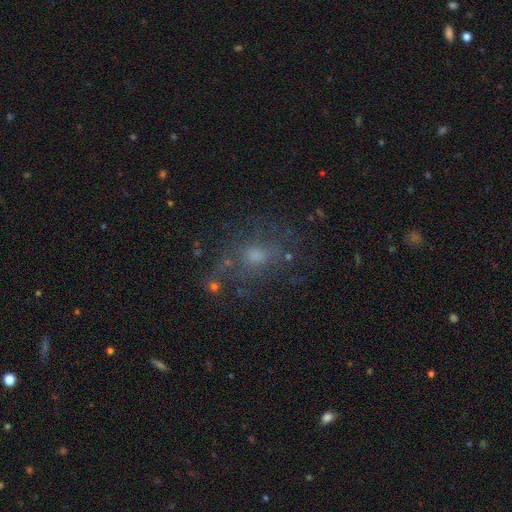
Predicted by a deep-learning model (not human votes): The model was most divided on "smooth or featured": smooth: 39%, featured or disk: 35%, star or artifact: 26%. More confident: merging — none (65%).